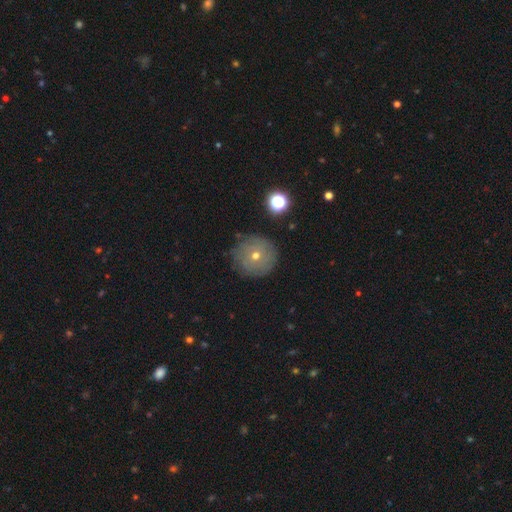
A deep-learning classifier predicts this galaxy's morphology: A smooth galaxy with no disk features (48%). Merging: none (84%).